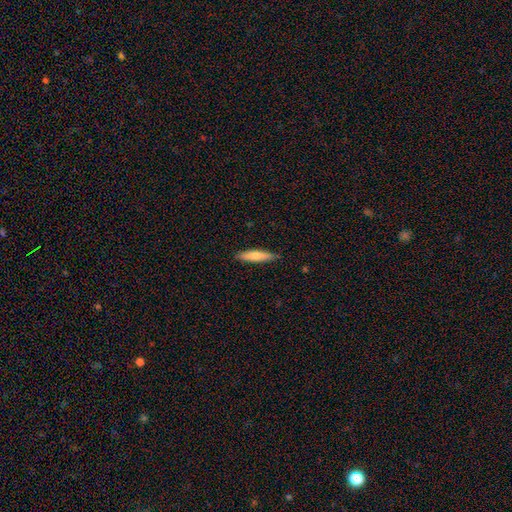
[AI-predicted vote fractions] Smooth or featured? smooth (70%)
How rounded? cigar-shaped (82%)
Merging? none (88%)